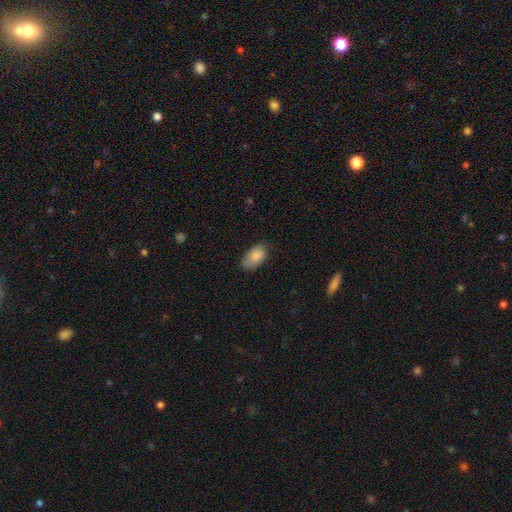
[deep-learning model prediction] Smooth or featured? smooth (84%)
How rounded? in between (92%)
Merging? none (63%)